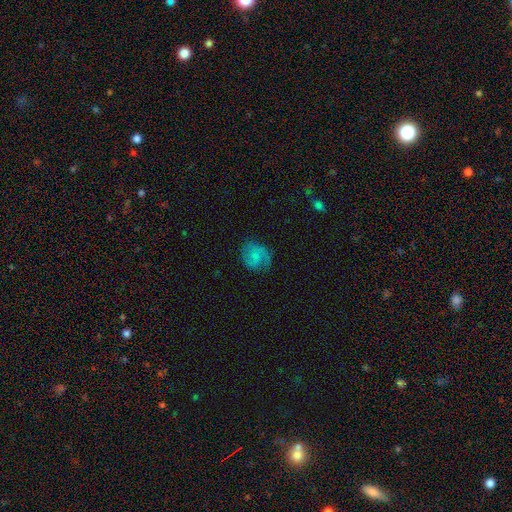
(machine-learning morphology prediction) smooth_or_featured: featured or disk (p=0.51) [alt: smooth p=0.40]
disk_edge_on: no (p=0.98) [alt: yes p=0.02]
merging: none (p=0.69) [alt: minor disturbance p=0.21]